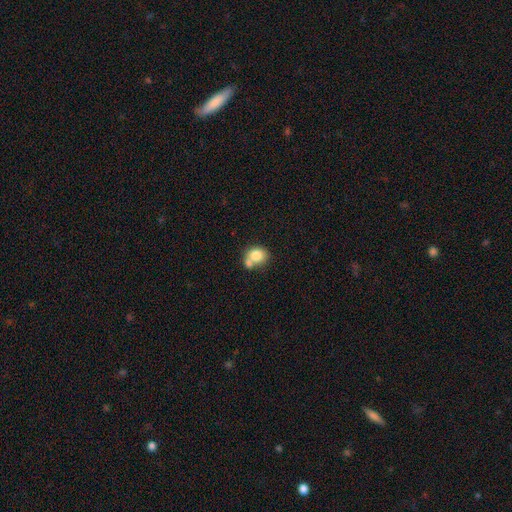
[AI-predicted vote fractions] The model was most divided on "merging": merger: 43%, none: 42%, minor disturbance: 11%, major disturbance: 4%. More confident: smooth or featured — smooth (81%); how rounded — round (69%).